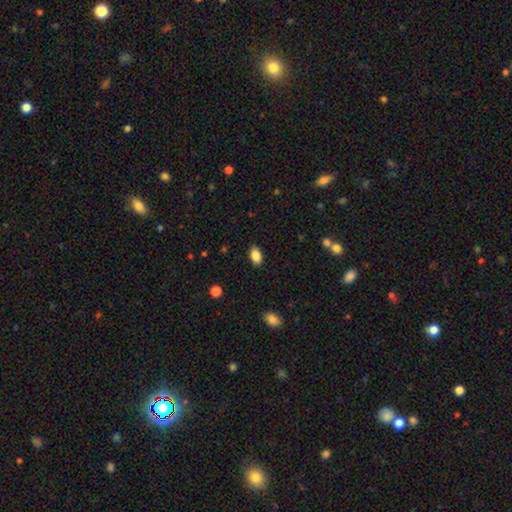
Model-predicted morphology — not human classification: A smooth galaxy with no disk features (88%) that is in between round and cigar-shaped (91%).

Vote fractions:
- Smooth or featured? smooth: 88% / star or artifact: 8% / featured or disk: 4%
- How rounded? in between: 91% / round: 7% / cigar-shaped: 2%
- Merging? none: 88% / minor disturbance: 9% / major disturbance: 2% / merger: 1%